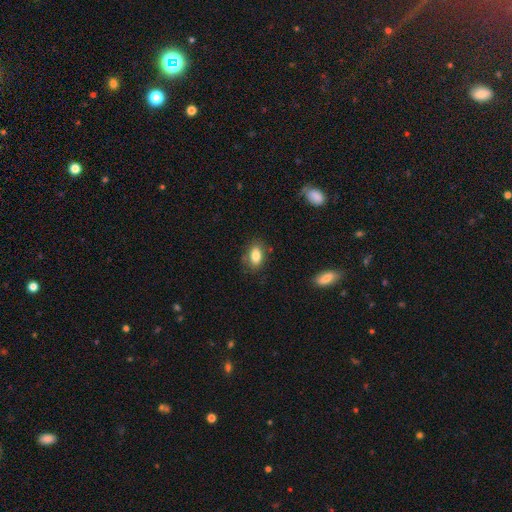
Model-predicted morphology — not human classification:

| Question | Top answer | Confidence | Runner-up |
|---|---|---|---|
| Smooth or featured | smooth | 82% | featured or disk (9%) |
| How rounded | in between | 88% | round (9%) |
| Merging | none | 77% | minor disturbance (17%) |